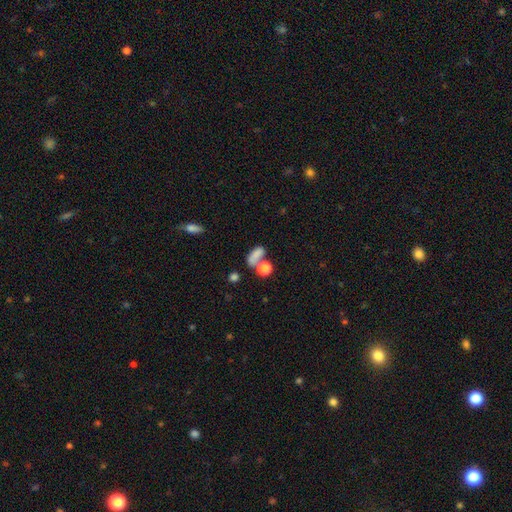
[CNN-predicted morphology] smooth 76%, star or artifact 13%, featured or disk 11%. Down the decision tree: how rounded — in between (74%); merging — none (37%).